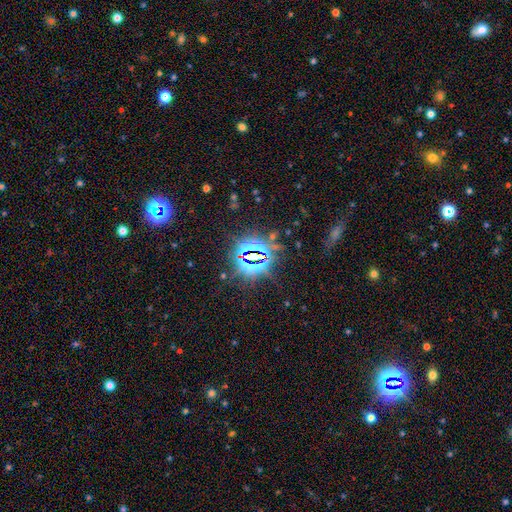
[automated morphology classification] A star or artifact, not a galaxy (83%).